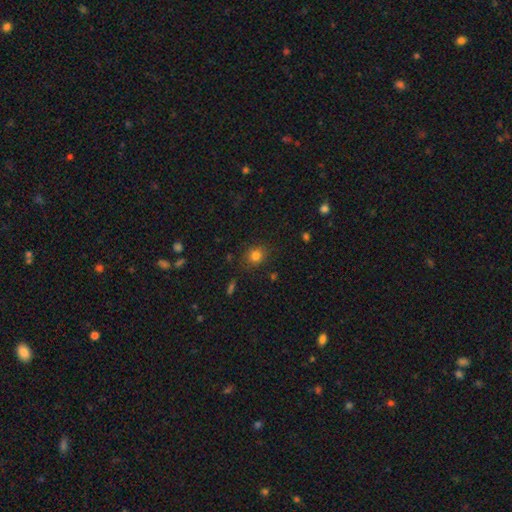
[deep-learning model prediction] A smooth galaxy with no disk features (81%) that is round (73%).

Vote fractions:
- Smooth or featured? smooth: 81% / star or artifact: 13% / featured or disk: 6%
- How rounded? round: 73% / in between: 26% / cigar-shaped: 1%
- Merging? none: 83% / minor disturbance: 12% / major disturbance: 3% / merger: 2%